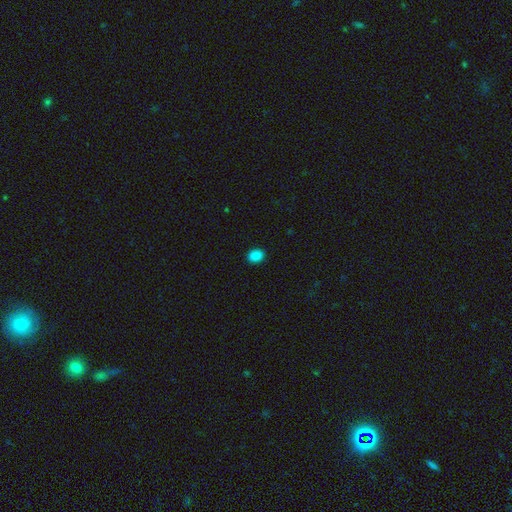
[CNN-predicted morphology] smooth_or_featured: smooth (p=0.87) [alt: star or artifact p=0.10]
how_rounded: in between (p=0.54) [alt: round p=0.45]
merging: none (p=0.90) [alt: minor disturbance p=0.07]